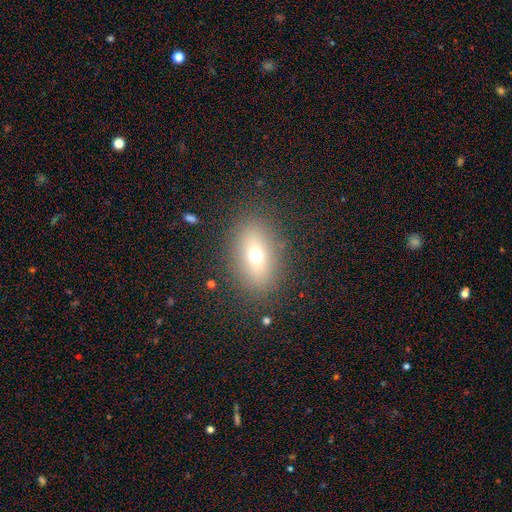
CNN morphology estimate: A smooth galaxy with no disk features (64%) that is in between round and cigar-shaped (73%).

Vote fractions:
- Smooth or featured? smooth: 64% / featured or disk: 21% / star or artifact: 15%
- How rounded? in between: 73% / round: 24% / cigar-shaped: 3%
- Merging? none: 85% / minor disturbance: 9% / major disturbance: 5% / merger: 1%